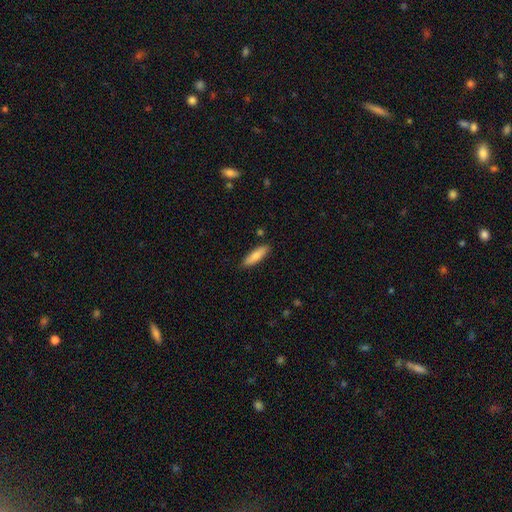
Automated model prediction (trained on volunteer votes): smooth_or_featured: smooth (p=0.81) [alt: featured or disk p=0.13]
how_rounded: cigar-shaped (p=0.62) [alt: in between p=0.36]
merging: none (p=0.87) [alt: minor disturbance p=0.10]